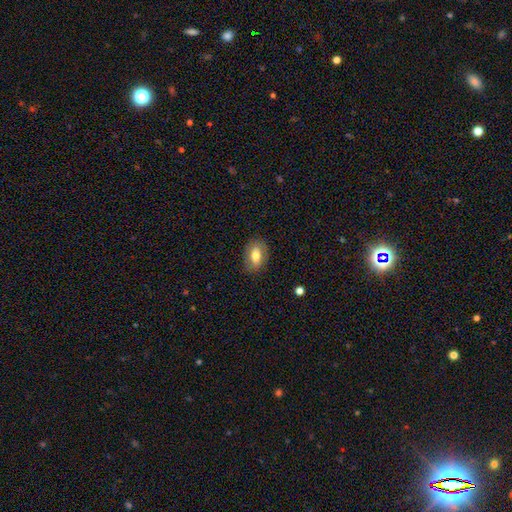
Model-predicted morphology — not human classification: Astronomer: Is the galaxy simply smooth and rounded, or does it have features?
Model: smooth — 70%.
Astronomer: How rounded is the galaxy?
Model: in between — 87%.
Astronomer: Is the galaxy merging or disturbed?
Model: none — 83%.